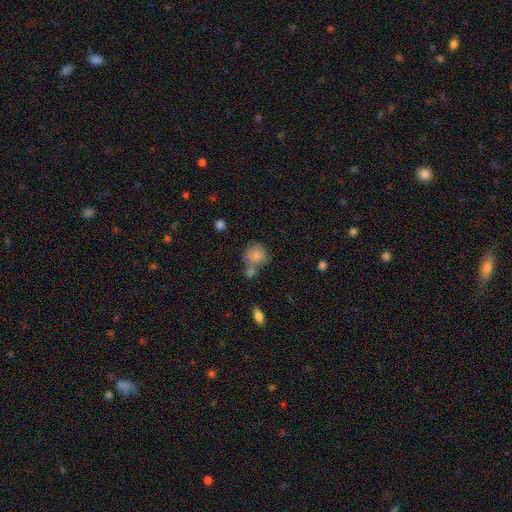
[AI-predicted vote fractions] Q: Smooth or featured?
A: smooth (83%); runner-up: star or artifact (9%)
Q: How rounded?
A: round (77%); runner-up: in between (22%)
Q: Merging?
A: none (51%); runner-up: merger (29%)